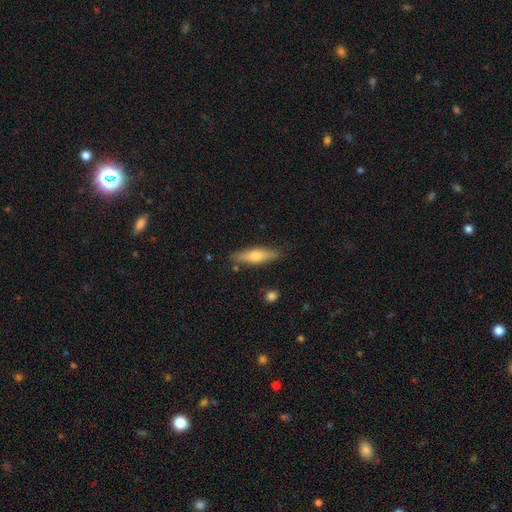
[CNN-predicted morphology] smooth 53%, featured or disk 41%, star or artifact 6%. Down the decision tree: how rounded — cigar-shaped (70%); merging — none (86%).